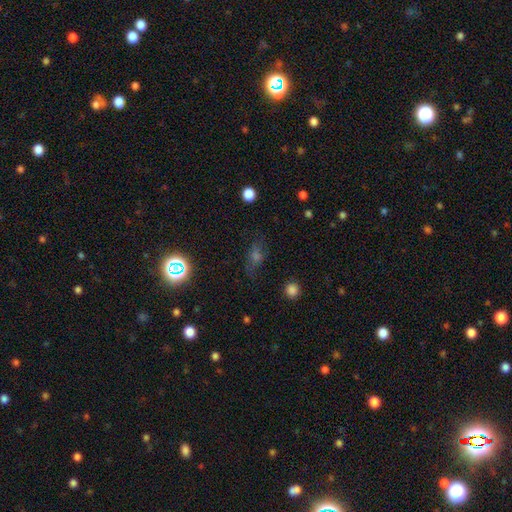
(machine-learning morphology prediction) Smooth or featured?
  - smooth: 41% *
  - star or artifact: 36%
  - featured or disk: 23%
Merging?
  - none: 71% *
  - minor disturbance: 18%
  - major disturbance: 9%
  - merger: 2%